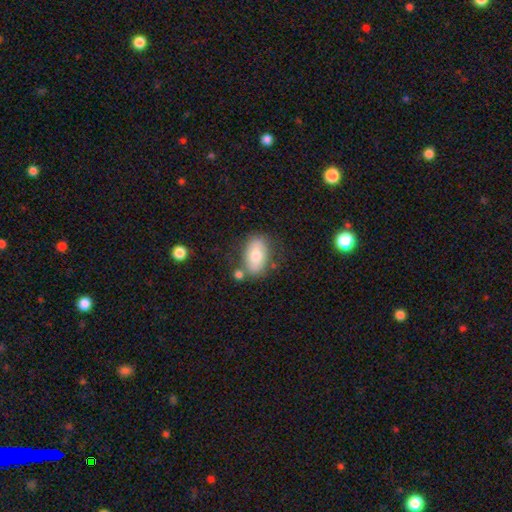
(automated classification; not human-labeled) This appears to be a smooth galaxy with no disk features (69%) that is in between round and cigar-shaped (90%). Merging: none (70%).